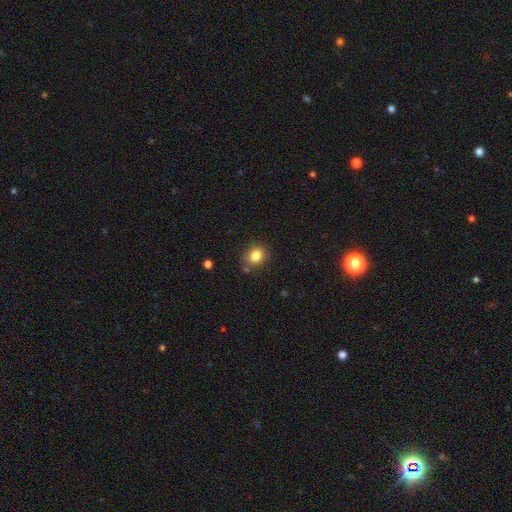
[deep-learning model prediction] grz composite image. It shows a smooth galaxy with no disk features (82%) that is round (65%). Merging: none (77%).